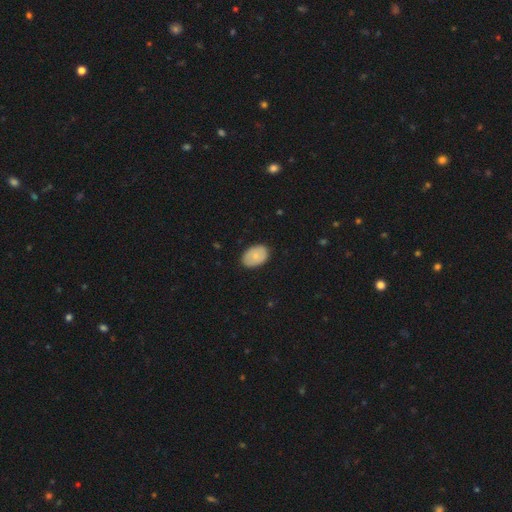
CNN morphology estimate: Smooth or featured?
  - smooth: 72% *
  - featured or disk: 21%
  - star or artifact: 7%
How rounded?
  - in between: 84% *
  - round: 15%
  - cigar-shaped: 1%
Merging?
  - none: 84% *
  - minor disturbance: 12%
  - major disturbance: 2%
  - merger: 1%